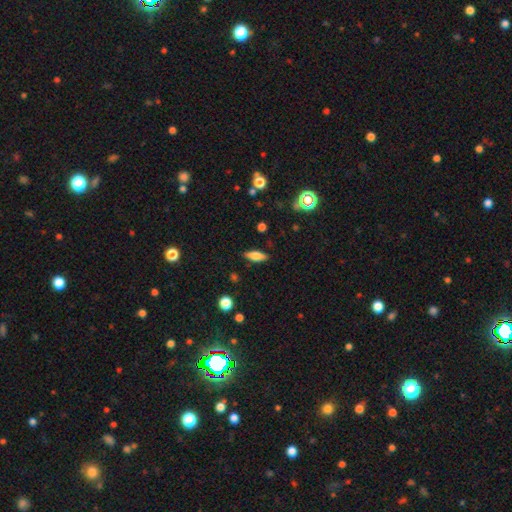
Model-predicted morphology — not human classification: smooth 68%, featured or disk 24%, star or artifact 8%. Down the decision tree: how rounded — in between (66%); merging — none (86%).